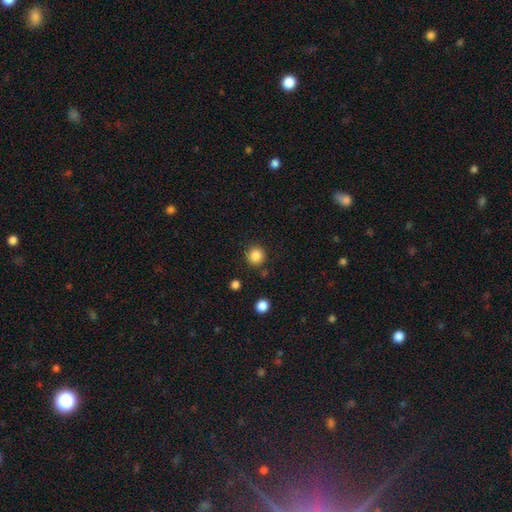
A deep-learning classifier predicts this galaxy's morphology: type=smooth (86%); roundness=round (93%); merging=none (89%).